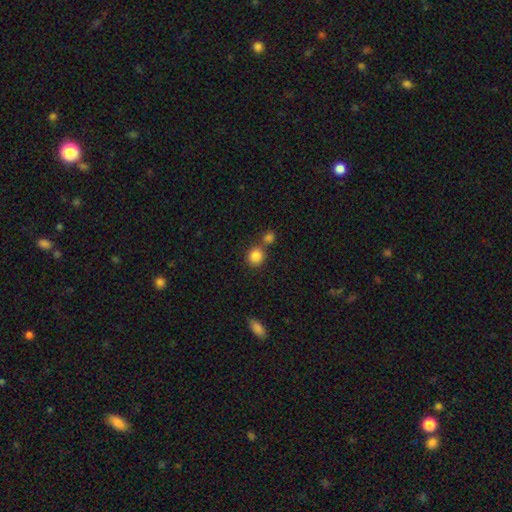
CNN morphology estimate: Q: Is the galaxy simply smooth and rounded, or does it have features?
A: smooth — 85%.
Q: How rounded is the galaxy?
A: round — 87%.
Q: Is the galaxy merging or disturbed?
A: none — 63%.